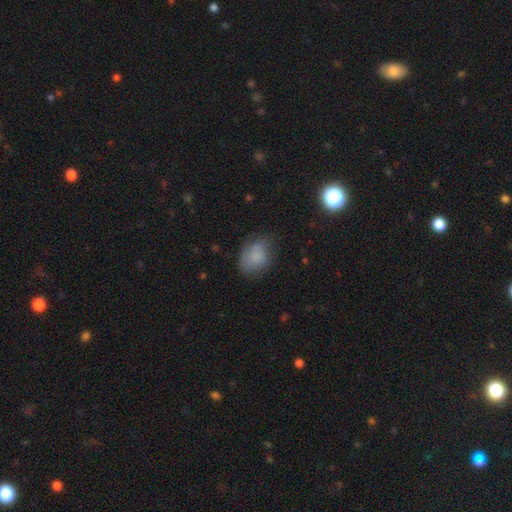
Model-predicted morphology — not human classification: Overall: smooth (78%). How rounded: in between (70%). Merging: none (57%; minor disturbance 29%).